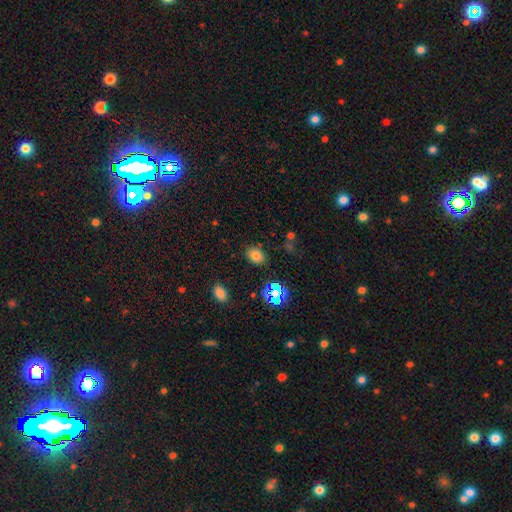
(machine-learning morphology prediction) Smooth or featured: smooth — 74% (star or artifact — 18%)
How rounded: in between — 66% (round — 33%)
Merging: none — 83% (minor disturbance — 11%)